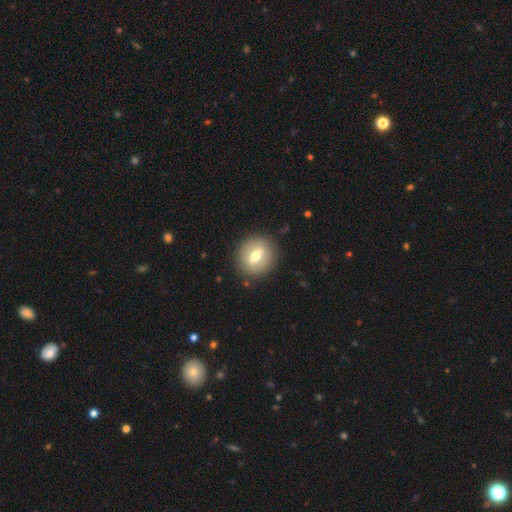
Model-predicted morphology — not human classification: A smooth galaxy with no disk features (55%) that is round (76%).

Vote fractions:
- Smooth or featured? smooth: 55% / featured or disk: 37% / star or artifact: 8%
- How rounded? round: 76% / in between: 22% / cigar-shaped: 2%
- Merging? none: 87% / minor disturbance: 8% / major disturbance: 3% / merger: 1%